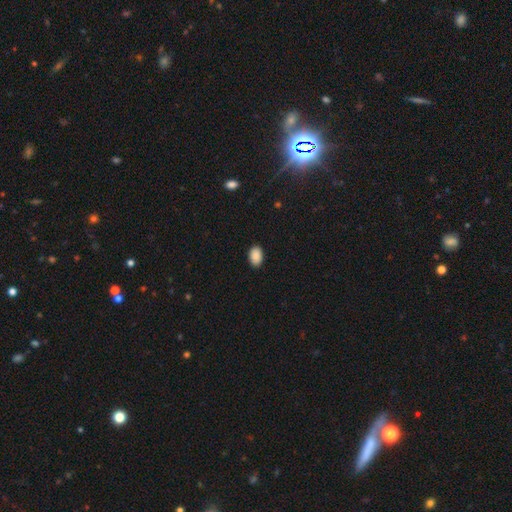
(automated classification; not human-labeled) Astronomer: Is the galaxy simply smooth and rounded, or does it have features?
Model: smooth — 90%.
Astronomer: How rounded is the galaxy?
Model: in between — 89%.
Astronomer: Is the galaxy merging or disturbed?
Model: none — 89%.